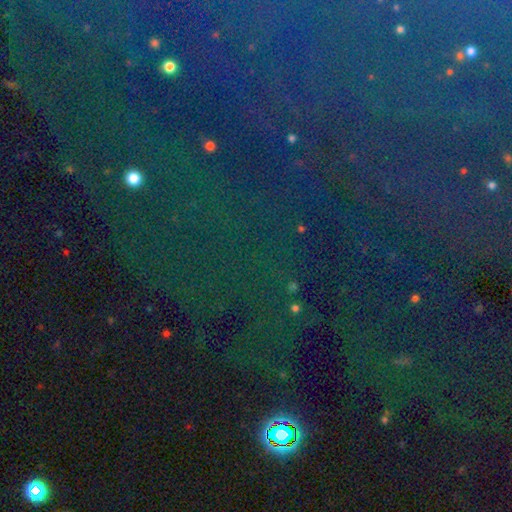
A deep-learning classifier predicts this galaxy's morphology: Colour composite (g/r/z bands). It shows a star or artifact, not a galaxy (82%).